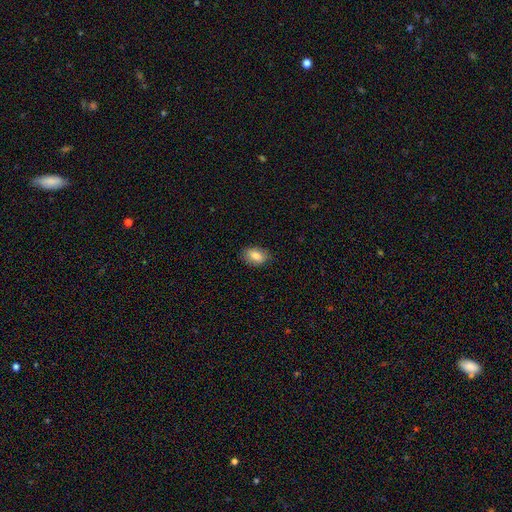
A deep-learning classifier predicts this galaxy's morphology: Smooth or featured?
  - smooth: 81% *
  - featured or disk: 11%
  - star or artifact: 8%
How rounded?
  - in between: 82% *
  - round: 16%
  - cigar-shaped: 2%
Merging?
  - none: 83% *
  - minor disturbance: 13%
  - major disturbance: 3%
  - merger: 1%